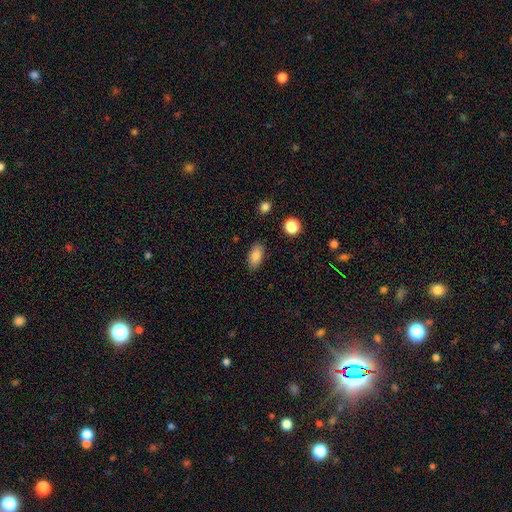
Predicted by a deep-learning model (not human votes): Q: Smooth or featured?
A: smooth (84%); runner-up: star or artifact (8%)
Q: How rounded?
A: in between (90%); runner-up: round (5%)
Q: Merging?
A: none (86%); runner-up: minor disturbance (10%)